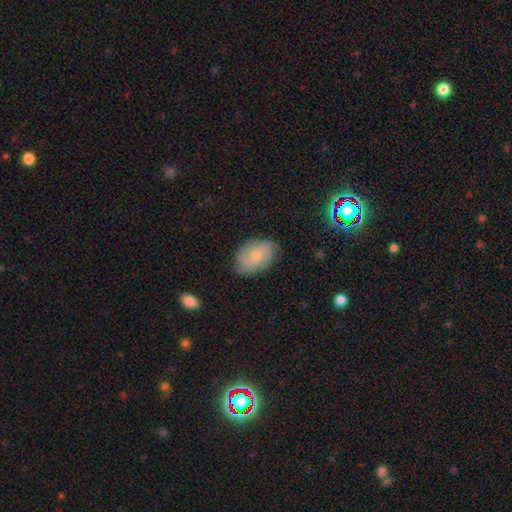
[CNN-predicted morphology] Smooth or featured? Predicted: smooth (p=0.48). Merging? Predicted: none (p=0.75).